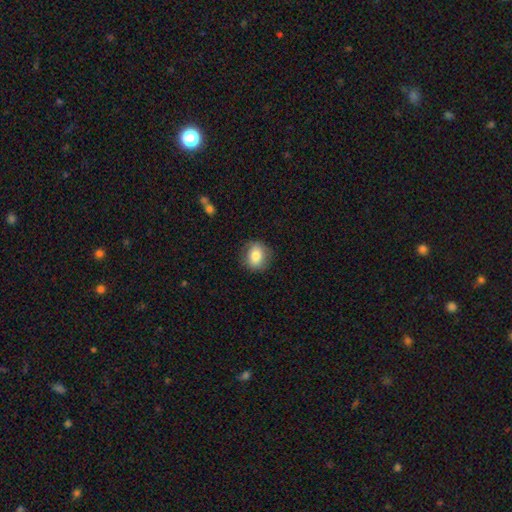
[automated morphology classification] smooth 80%, featured or disk 12%, star or artifact 8%. Down the decision tree: how rounded — round (68%); merging — none (85%).